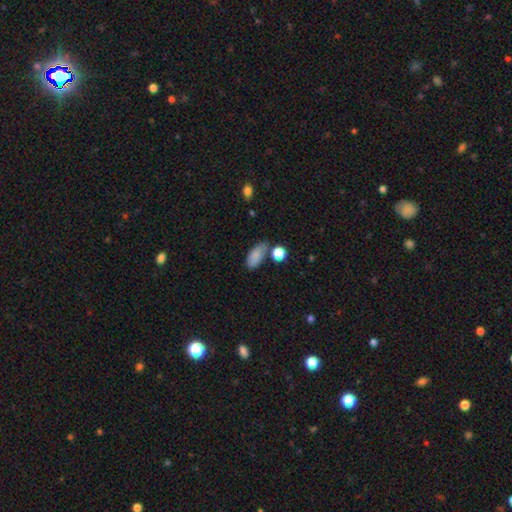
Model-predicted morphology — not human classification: This is clearly a smooth galaxy (84%). How rounded: clearly in between (88%). Merging: possibly none (60%).